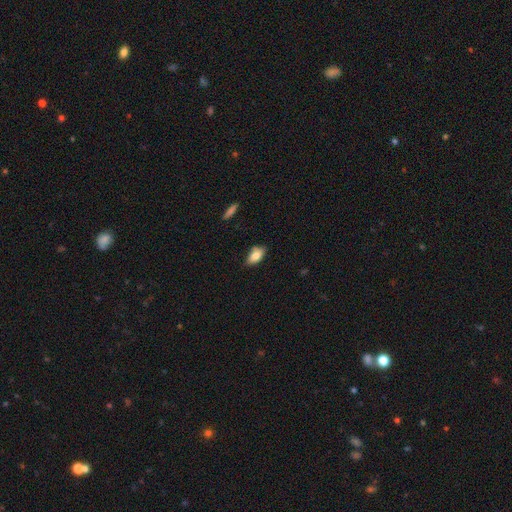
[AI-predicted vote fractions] Morphology: type=smooth (80%); roundness=in between (89%); merging=none (75%).